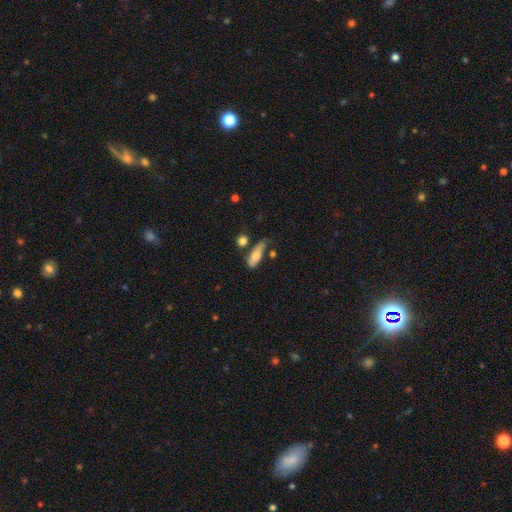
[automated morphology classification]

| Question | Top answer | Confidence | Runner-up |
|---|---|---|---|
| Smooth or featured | smooth | 72% | featured or disk (20%) |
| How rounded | in between | 63% | cigar-shaped (33%) |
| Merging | none | 37% | minor disturbance (29%) |